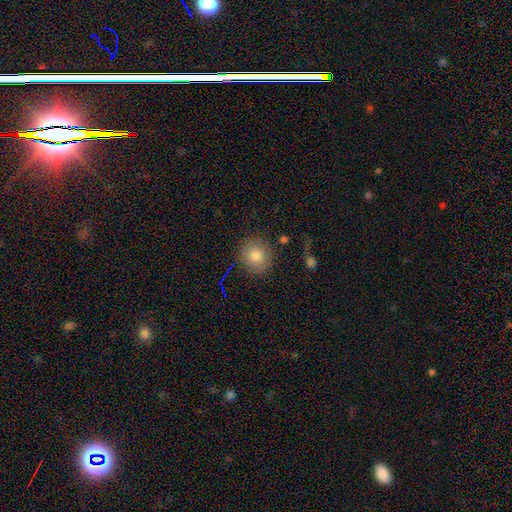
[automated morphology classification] type=smooth (82%); roundness=round (86%); merging=none (85%).